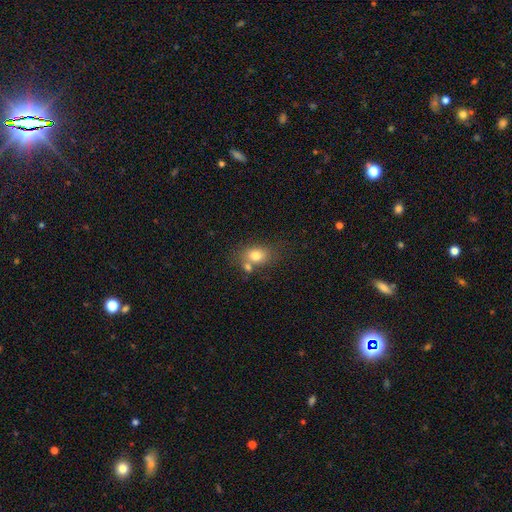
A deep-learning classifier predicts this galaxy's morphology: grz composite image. It shows a smooth galaxy with no disk features (78%) that is in between round and cigar-shaped (69%). Merging: none (52%).